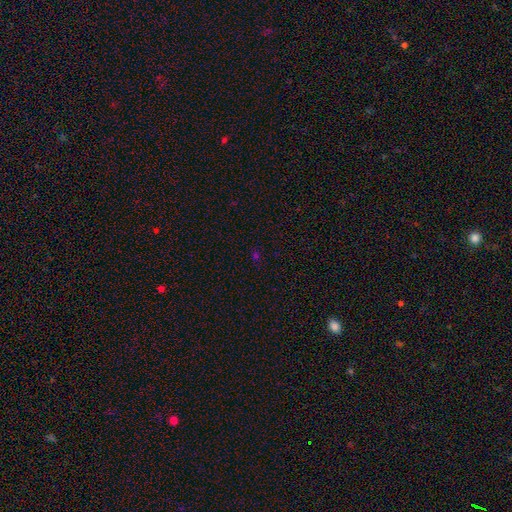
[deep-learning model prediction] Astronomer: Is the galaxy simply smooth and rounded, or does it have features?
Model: star or artifact — 50% (runner-up: smooth, 44%).